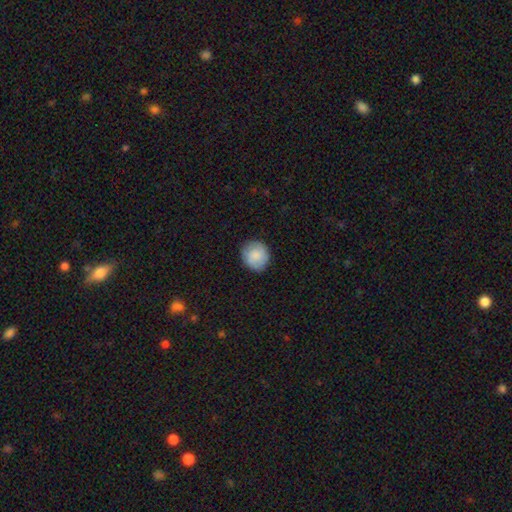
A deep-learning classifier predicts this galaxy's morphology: smooth_or_featured: smooth (p=0.82) [alt: featured or disk p=0.11]
how_rounded: round (p=0.86) [alt: in between p=0.13]
merging: none (p=0.86) [alt: minor disturbance p=0.11]